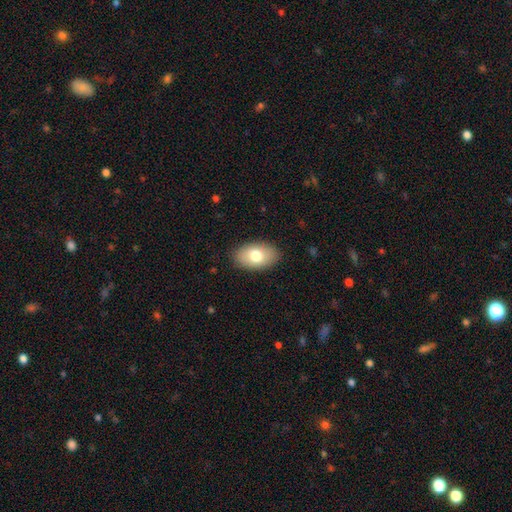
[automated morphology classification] smooth 76%, featured or disk 17%, star or artifact 7%. Down the decision tree: how rounded — in between (92%); merging — none (87%).